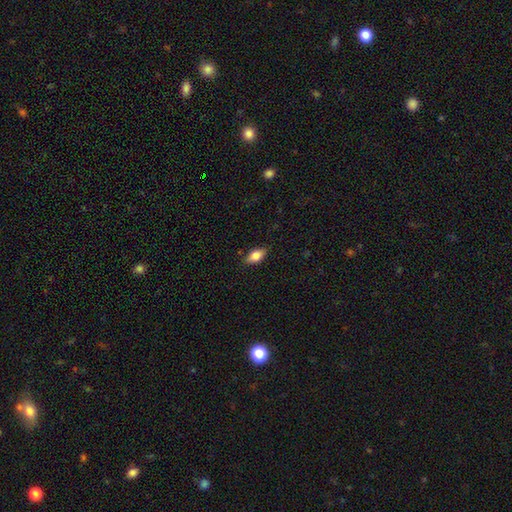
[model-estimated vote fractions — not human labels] smooth-or-featured: smooth: 79% | featured or disk: 13% | star or artifact: 7%
  how-rounded: in between: 89% | cigar-shaped: 6% | round: 5%
  merging: none: 84% | minor disturbance: 12% | major disturbance: 2% | merger: 1%